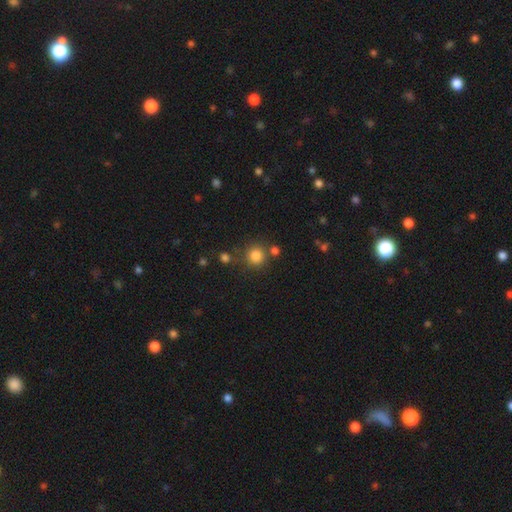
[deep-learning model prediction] Smooth or featured? smooth (83%)
How rounded? round (91%)
Merging? none (73%)